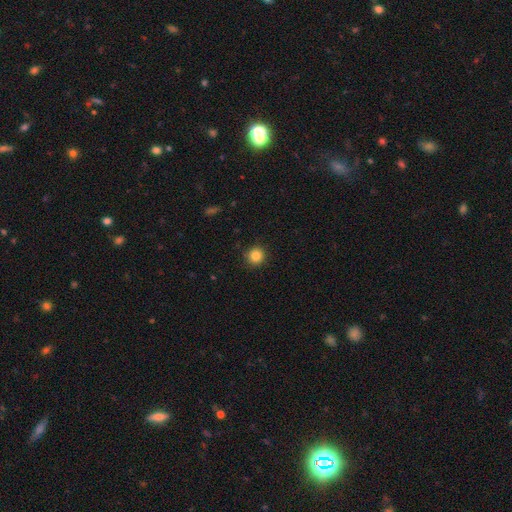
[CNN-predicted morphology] smooth-or-featured: smooth: 85% | star or artifact: 11% | featured or disk: 4%
  how-rounded: round: 93% | in between: 6% | cigar-shaped: 1%
  merging: none: 91% | minor disturbance: 6% | major disturbance: 2% | merger: 1%